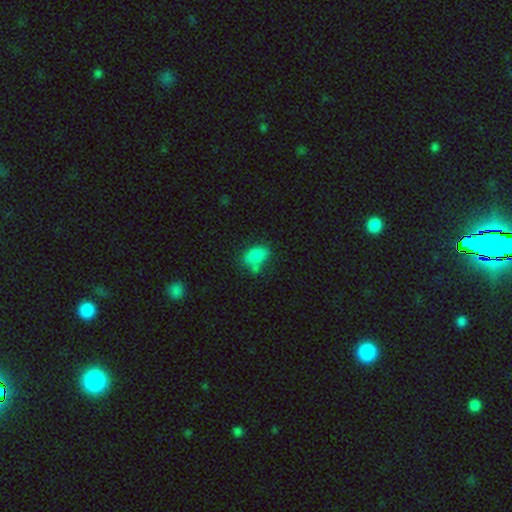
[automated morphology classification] The model was most divided on "merging": none: 54%, minor disturbance: 21%, merger: 18%, major disturbance: 7%. More confident: smooth or featured — smooth (82%); how rounded — in between (82%).